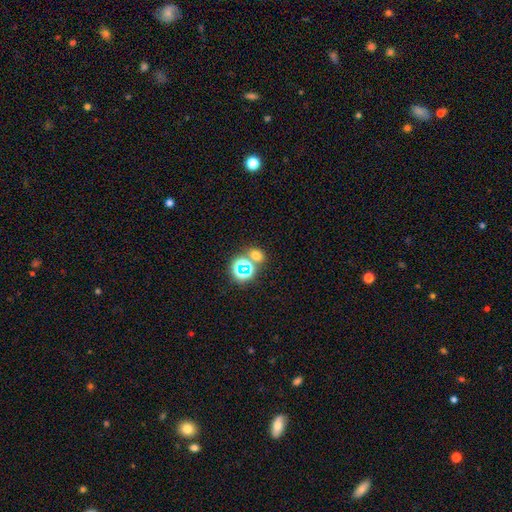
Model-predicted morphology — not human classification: Smooth or featured? smooth (60%)
How rounded? round (58%)
Merging? none (64%)